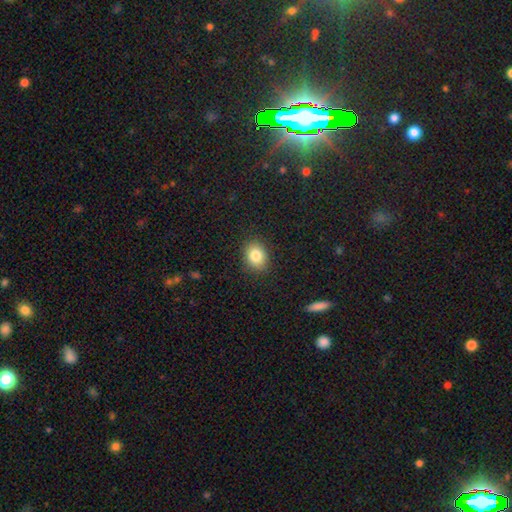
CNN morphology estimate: smooth_or_featured: smooth (p=0.83) [alt: star or artifact p=0.10]
how_rounded: in between (p=0.54) [alt: round p=0.45]
merging: none (p=0.87) [alt: minor disturbance p=0.09]